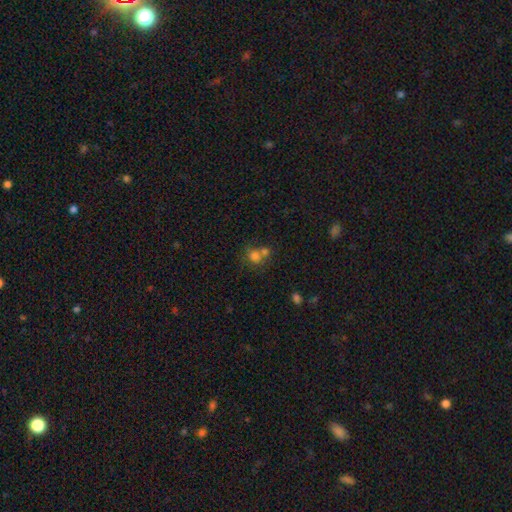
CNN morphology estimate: This is likely a smooth galaxy (70%). How rounded: likely round (65%). Merging: possibly merger (46%).